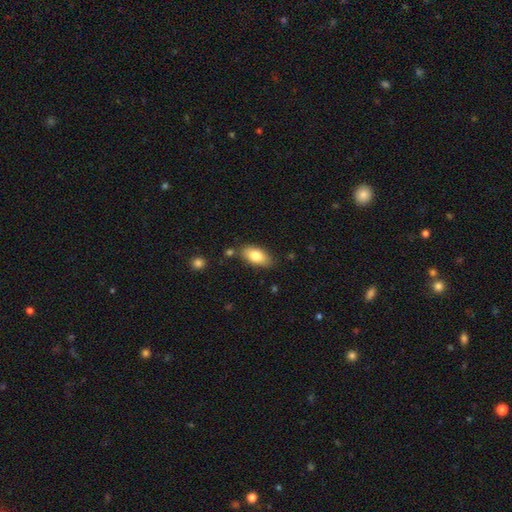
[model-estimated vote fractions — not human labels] A smooth galaxy with no disk features (80%) that is in between round and cigar-shaped (92%). Merging: none (81%).